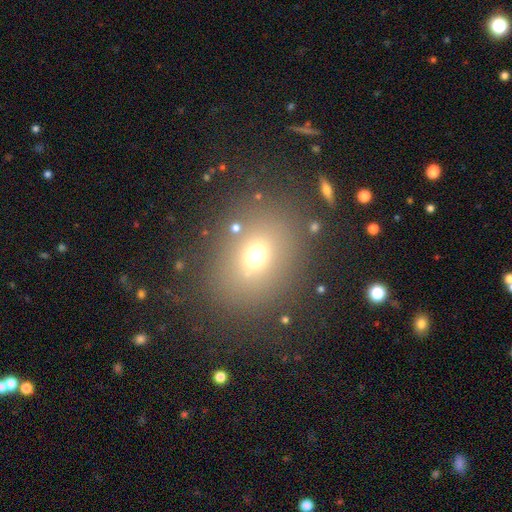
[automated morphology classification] Q: Smooth or featured?
A: smooth (67%); runner-up: star or artifact (20%)
Q: How rounded?
A: round (58%); runner-up: in between (41%)
Q: Merging?
A: none (80%); runner-up: minor disturbance (10%)